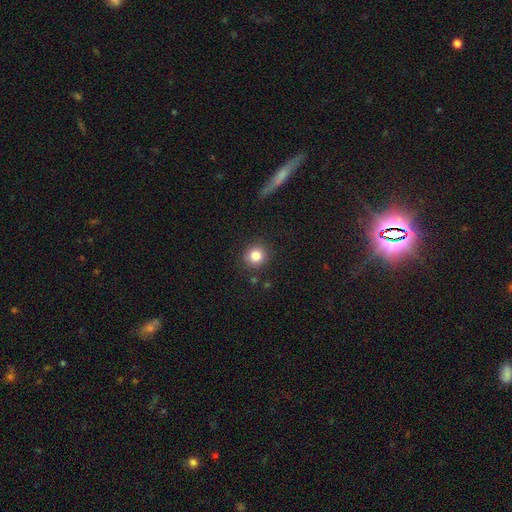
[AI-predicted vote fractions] Morphology: type=smooth (82%); roundness=round (90%); merging=none (88%).